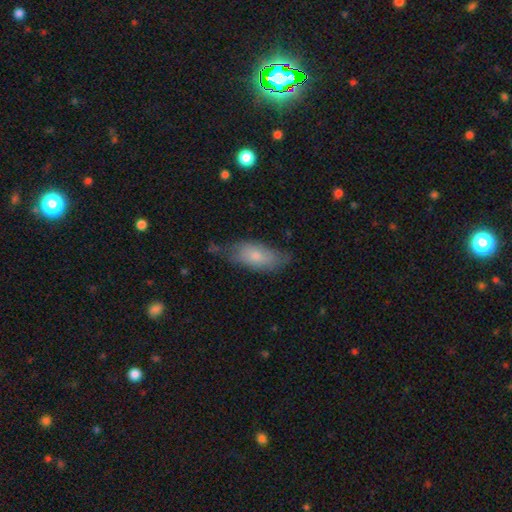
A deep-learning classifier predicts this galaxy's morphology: smooth 69%, featured or disk 25%, star or artifact 6%. Down the decision tree: how rounded — in between (83%); merging — none (56%).